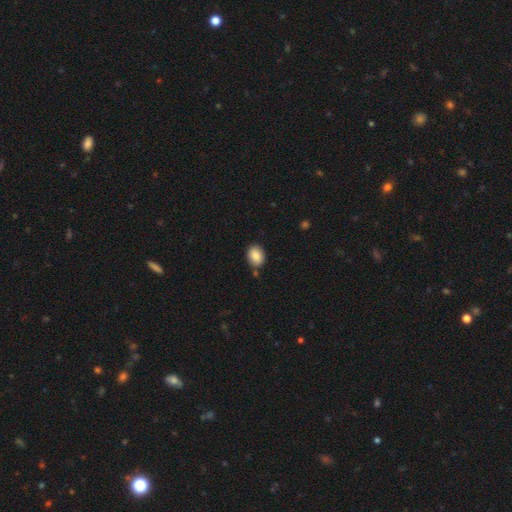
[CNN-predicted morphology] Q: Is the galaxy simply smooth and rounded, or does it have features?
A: smooth — 86%.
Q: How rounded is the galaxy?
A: in between — 60%.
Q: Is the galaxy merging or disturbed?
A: none — 84%.